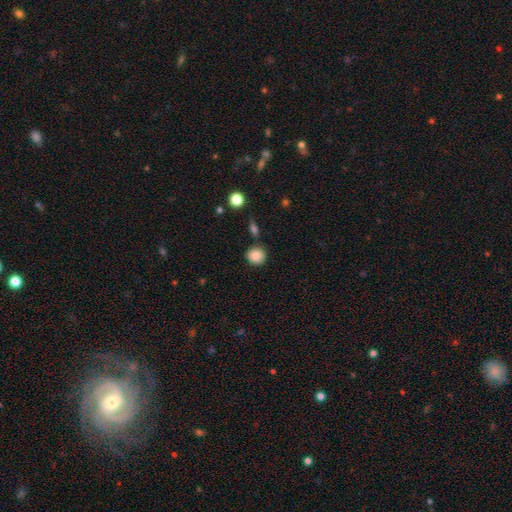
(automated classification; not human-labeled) A smooth galaxy with no disk features (87%) that is round (87%). Merging: none (82%).